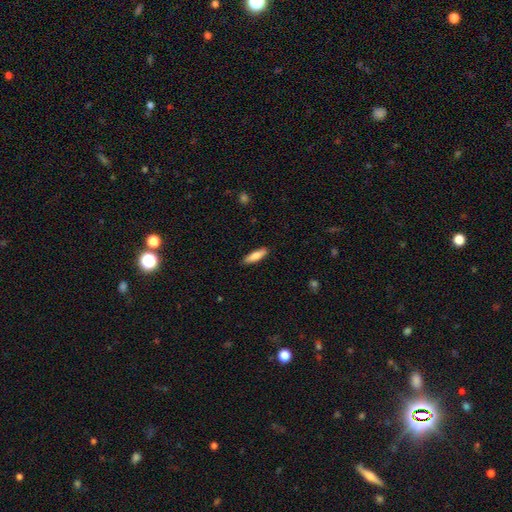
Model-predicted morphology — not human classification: A smooth galaxy with no disk features (82%) that is cigar-shaped (65%).

Vote fractions:
- Smooth or featured? smooth: 82% / featured or disk: 12% / star or artifact: 6%
- How rounded? cigar-shaped: 65% / in between: 33% / round: 2%
- Merging? none: 88% / minor disturbance: 9% / major disturbance: 2% / merger: 1%